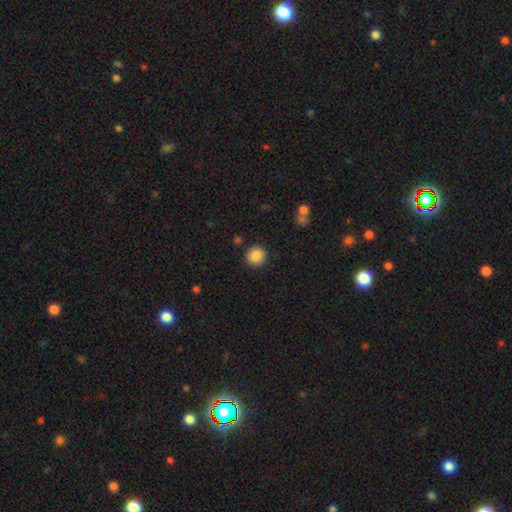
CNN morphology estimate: This is clearly a smooth galaxy (87%). How rounded: clearly round (93%). Merging: clearly none (90%).